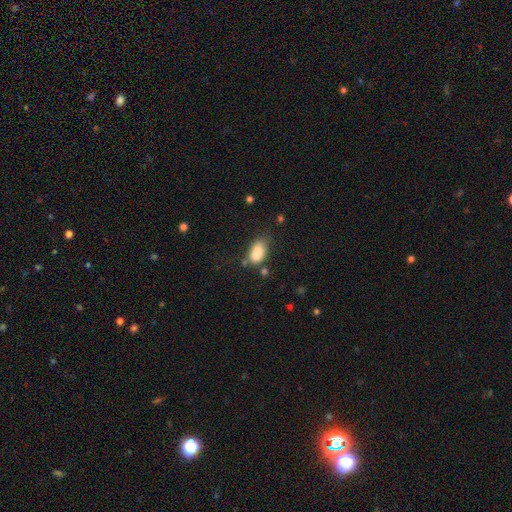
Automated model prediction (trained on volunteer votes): smooth-or-featured: smooth: 73% | featured or disk: 18% | star or artifact: 10%
  how-rounded: in between: 81% | round: 16% | cigar-shaped: 2%
  merging: merger: 40% | none: 33% | minor disturbance: 18% | major disturbance: 8%